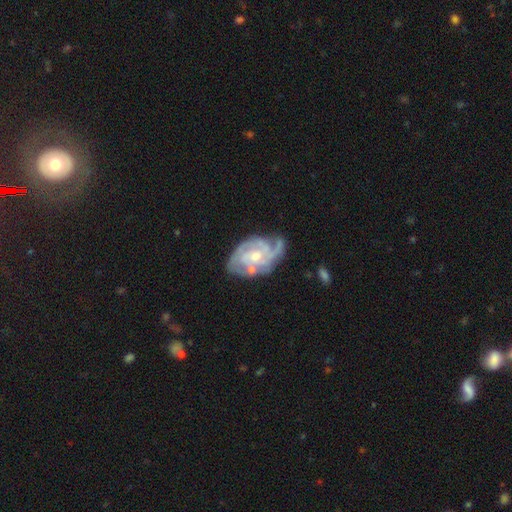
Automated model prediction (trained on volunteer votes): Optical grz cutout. It shows a featured or disk galaxy (86%) with no bar (65%), 3 (31%) tight (58%) spiral arms (94%) and a moderate central bulge (51%). Merging: none (56%).